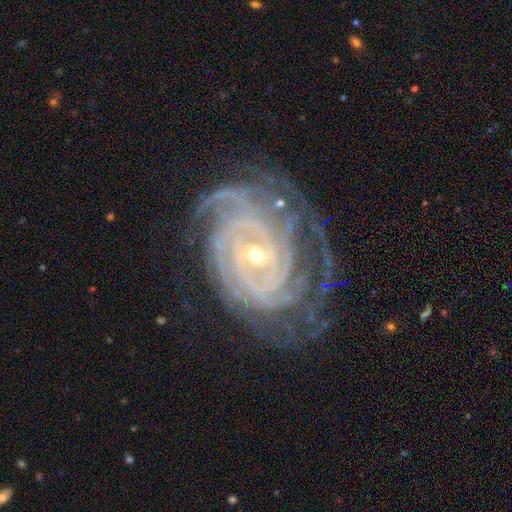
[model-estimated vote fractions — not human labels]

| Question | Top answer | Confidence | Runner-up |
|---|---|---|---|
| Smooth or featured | featured or disk | 92% | star or artifact (5%) |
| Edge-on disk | no | 97% | yes (3%) |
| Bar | no | 44% | weak (34%) |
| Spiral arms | yes | 98% | no (2%) |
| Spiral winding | tight | 80% | medium (17%) |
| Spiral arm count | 4 | 23% | more than 4 (22%) |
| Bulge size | small | 65% | moderate (32%) |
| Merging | none | 69% | minor disturbance (18%) |